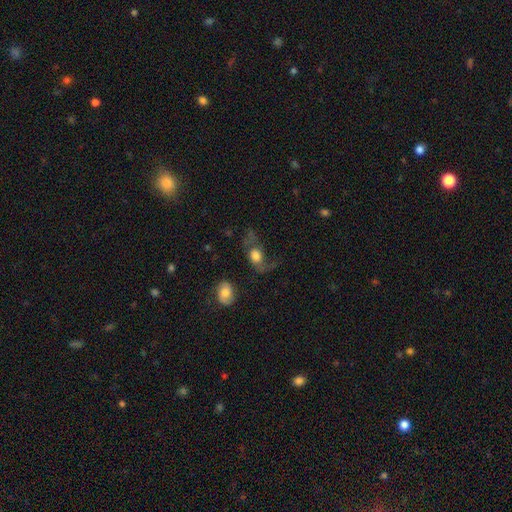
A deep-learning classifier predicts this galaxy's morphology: A smooth galaxy with no disk features (49%).

Vote fractions:
- Smooth or featured? smooth: 49% / featured or disk: 41% / star or artifact: 10%
- Merging? major disturbance: 46% / none: 31% / minor disturbance: 18% / merger: 6%